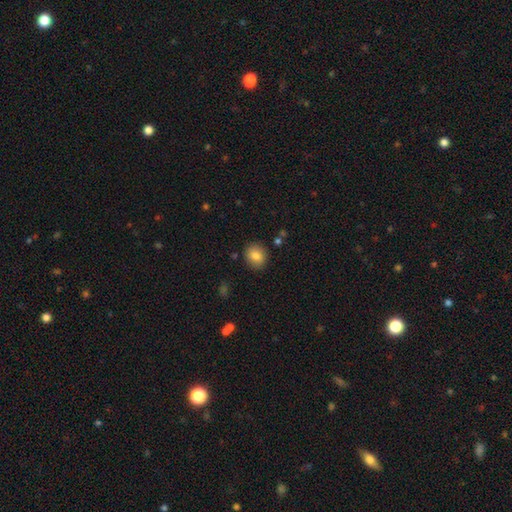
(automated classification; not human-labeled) Q: Smooth or featured?
A: smooth (83%); runner-up: star or artifact (9%)
Q: How rounded?
A: round (77%); runner-up: in between (22%)
Q: Merging?
A: none (87%); runner-up: minor disturbance (9%)